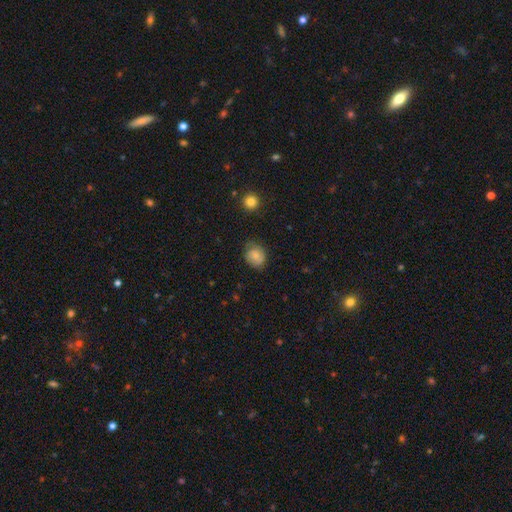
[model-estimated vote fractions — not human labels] smooth 74%, featured or disk 17%, star or artifact 9%. Down the decision tree: how rounded — round (56%); merging — none (71%).